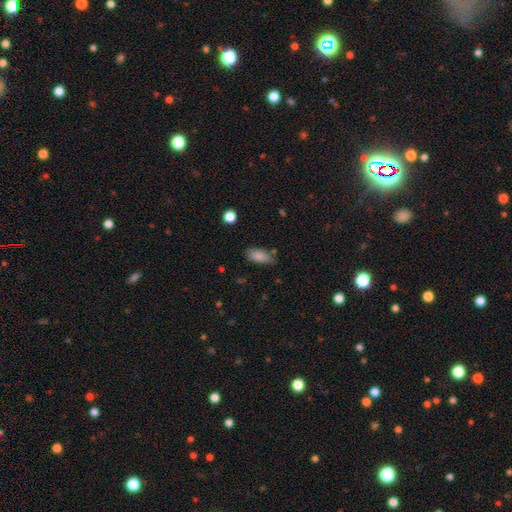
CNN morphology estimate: smooth 79%, star or artifact 11%, featured or disk 9%. Down the decision tree: how rounded — in between (81%); merging — none (77%).